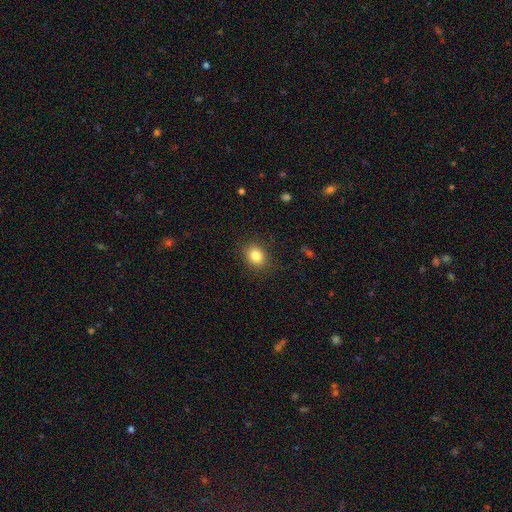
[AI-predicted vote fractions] Smooth or featured: smooth — 84% (star or artifact — 10%)
How rounded: round — 51% (in between — 48%)
Merging: none — 87% (minor disturbance — 9%)